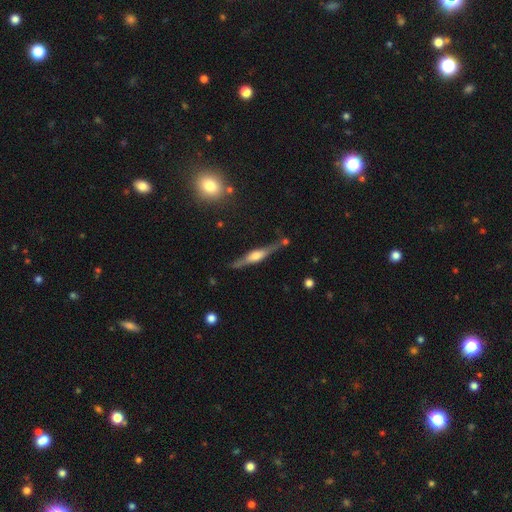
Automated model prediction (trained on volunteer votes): Smooth or featured?
  - featured or disk: 73% *
  - smooth: 21%
  - star or artifact: 6%
Edge-on disk?
  - yes: 95% *
  - no: 5%
Edge-on bulge?
  - rounded: 77% *
  - boxy: 18%
  - none: 5%
Merging?
  - none: 80% *
  - minor disturbance: 13%
  - merger: 4%
  - major disturbance: 3%